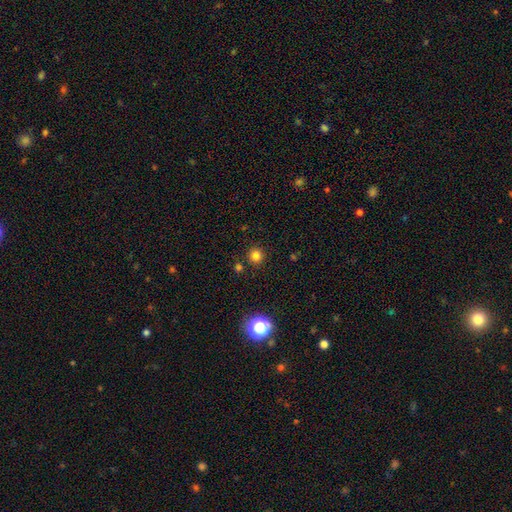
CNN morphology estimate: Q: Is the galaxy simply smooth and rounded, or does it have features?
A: smooth — 80%.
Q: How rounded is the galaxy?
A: round — 91%.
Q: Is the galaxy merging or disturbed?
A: none — 87%.